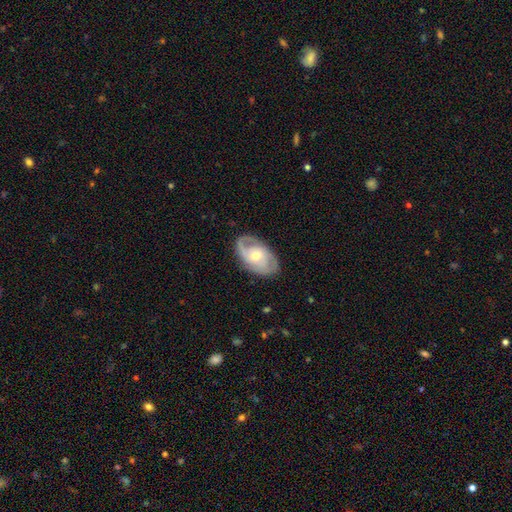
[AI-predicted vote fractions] The model was most divided on "spiral winding": medium: 42%, tight: 38%, loose: 20%. More confident: edge-on disk — no (94%); spiral arms — yes (85%); merging — none (76%); smooth or featured — featured or disk (72%); bar — no (70%); spiral arm count — 2 (58%); bulge size — moderate (57%).